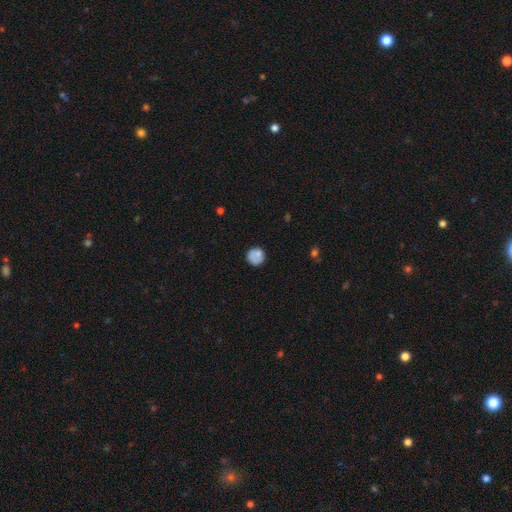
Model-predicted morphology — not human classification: This is likely a smooth galaxy (76%). How rounded: clearly round (90%). Merging: likely none (72%).